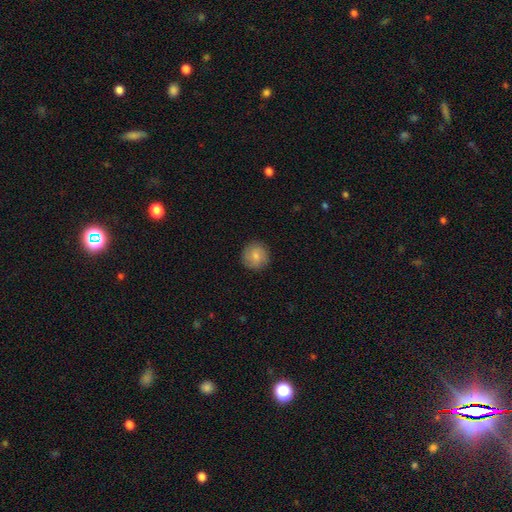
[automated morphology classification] A smooth galaxy with no disk features (79%) that is round (93%).

Vote fractions:
- Smooth or featured? smooth: 79% / featured or disk: 14% / star or artifact: 7%
- How rounded? round: 93% / in between: 6% / cigar-shaped: 1%
- Merging? none: 89% / minor disturbance: 8% / major disturbance: 2% / merger: 1%